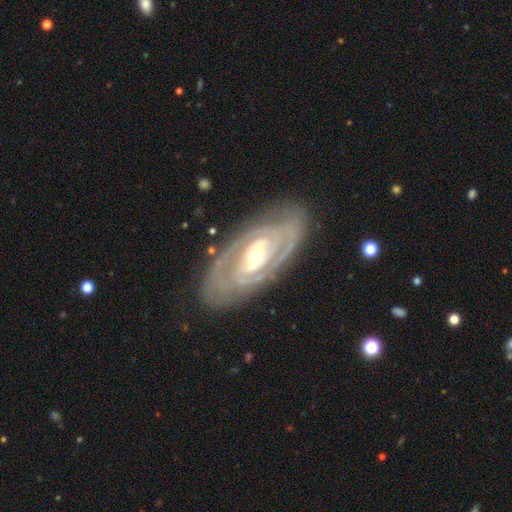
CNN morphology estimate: This is clearly a featured or disk galaxy (89%). It is clearly not viewed edge-on (93%). Bar: possibly no (50%). Spiral arm pattern: clearly yes (94%). Spiral arm count: possibly 2 (53%). Spiral winding: likely tight (73%). Central bulge: likely moderate (63%). Merging: likely none (80%).